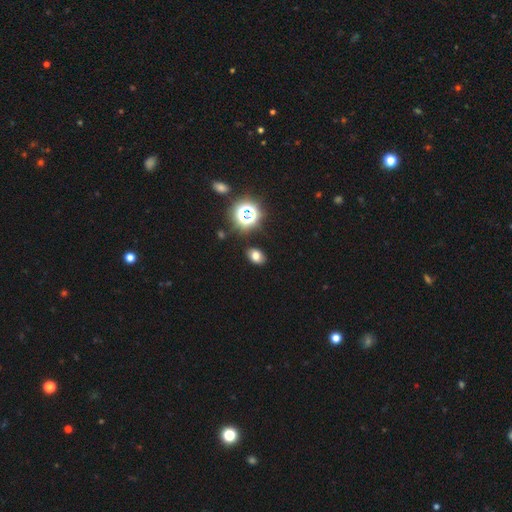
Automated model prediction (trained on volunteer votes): Smooth or featured?
  - smooth: 69% *
  - star or artifact: 20%
  - featured or disk: 11%
How rounded?
  - in between: 78% *
  - round: 20%
  - cigar-shaped: 1%
Merging?
  - none: 87% *
  - minor disturbance: 9%
  - major disturbance: 3%
  - merger: 2%